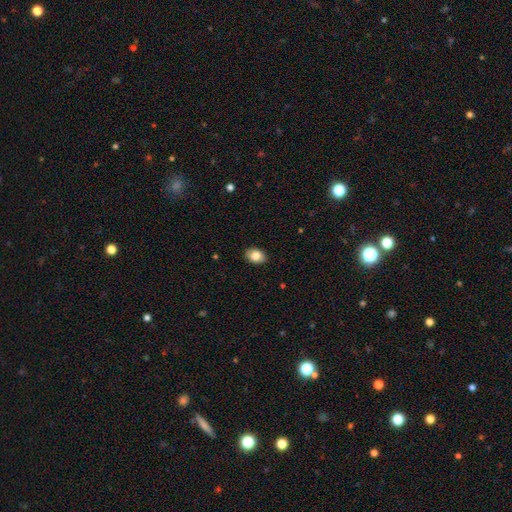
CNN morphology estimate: Smooth or featured: smooth — 83% (featured or disk — 9%)
How rounded: in between — 79% (round — 20%)
Merging: none — 88% (minor disturbance — 9%)